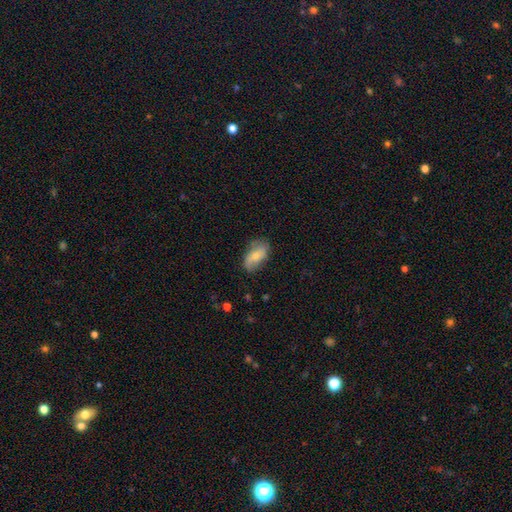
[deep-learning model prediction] smooth 66%, featured or disk 27%, star or artifact 7%. Down the decision tree: how rounded — in between (91%); merging — none (69%).